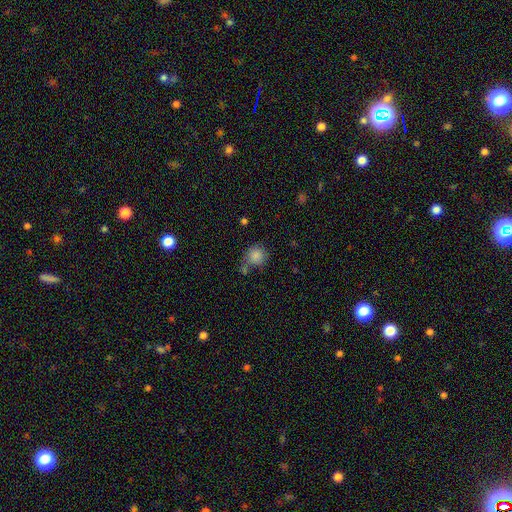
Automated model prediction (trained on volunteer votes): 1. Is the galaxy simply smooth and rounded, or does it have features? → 85% smooth, 9% star or artifact, 6% featured or disk.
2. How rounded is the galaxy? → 90% round, 9% in between, 1% cigar-shaped.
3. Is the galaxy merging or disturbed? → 63% none, 18% merger, 14% minor disturbance, 5% major disturbance.